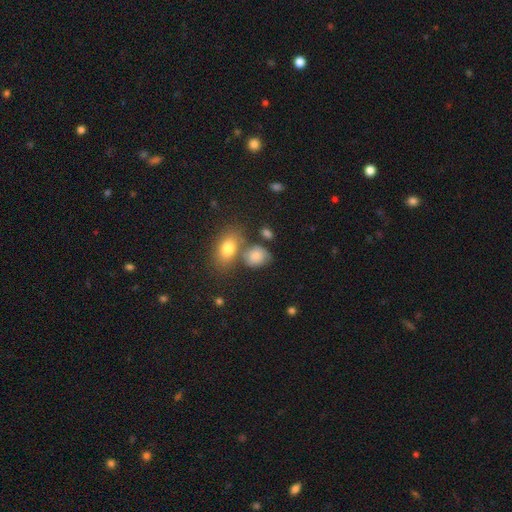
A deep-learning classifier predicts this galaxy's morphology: This appears to be a smooth galaxy with no disk features (73%) that is in between round and cigar-shaped (52%). Merging: none (52%).